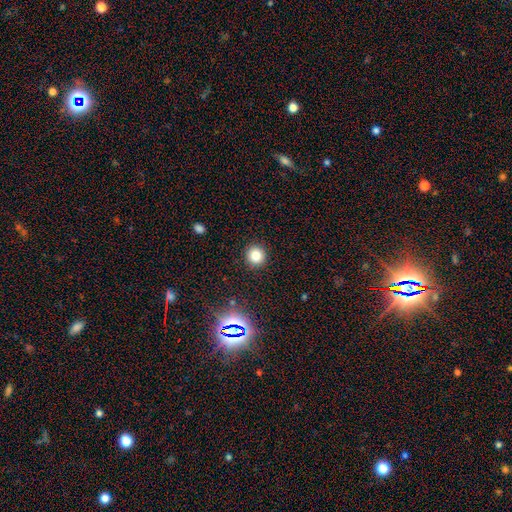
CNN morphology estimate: The model was most divided on "smooth or featured": smooth: 78%, star or artifact: 15%, featured or disk: 7%. More confident: how rounded — round (93%); merging — none (92%).